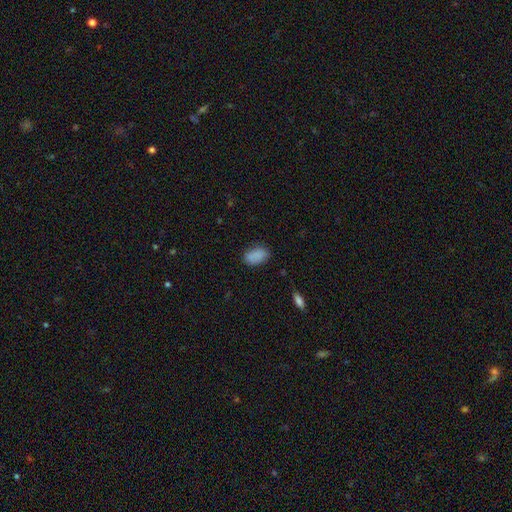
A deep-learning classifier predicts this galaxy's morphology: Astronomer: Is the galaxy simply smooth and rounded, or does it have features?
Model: smooth — 87%.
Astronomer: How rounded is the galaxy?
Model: in between — 92%.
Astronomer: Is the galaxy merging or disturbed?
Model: none — 80%.